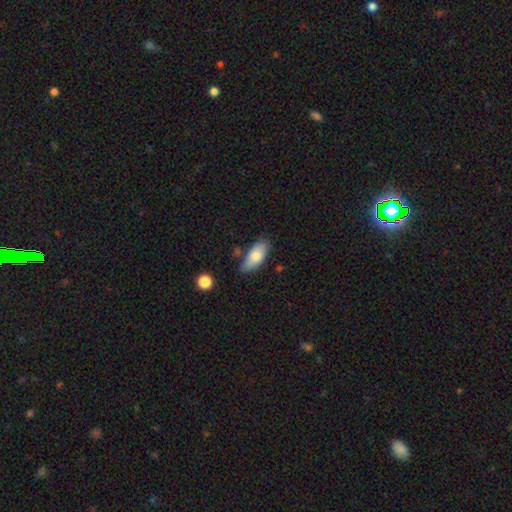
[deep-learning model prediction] smooth_or_featured: smooth (p=0.78) [alt: featured or disk p=0.16]
how_rounded: in between (p=0.86) [alt: cigar-shaped p=0.12]
merging: none (p=0.70) [alt: minor disturbance p=0.20]